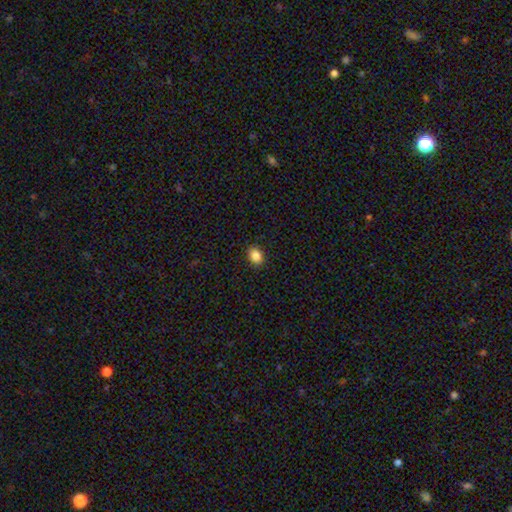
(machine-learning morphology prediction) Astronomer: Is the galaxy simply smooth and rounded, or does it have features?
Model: smooth — 86%.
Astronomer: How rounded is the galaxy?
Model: in between — 69%.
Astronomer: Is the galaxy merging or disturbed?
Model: none — 89%.